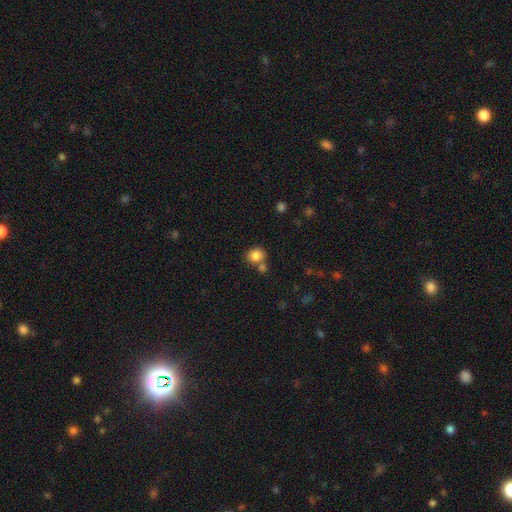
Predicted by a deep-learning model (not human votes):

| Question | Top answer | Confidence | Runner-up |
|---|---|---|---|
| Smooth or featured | smooth | 84% | star or artifact (10%) |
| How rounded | round | 76% | in between (23%) |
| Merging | none | 61% | merger (24%) |